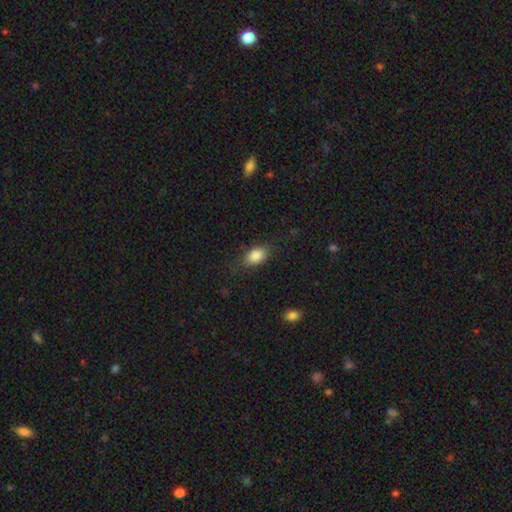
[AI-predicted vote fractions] Smooth or featured: smooth — 85% (star or artifact — 8%)
How rounded: in between — 81% (round — 17%)
Merging: none — 77% (minor disturbance — 17%)